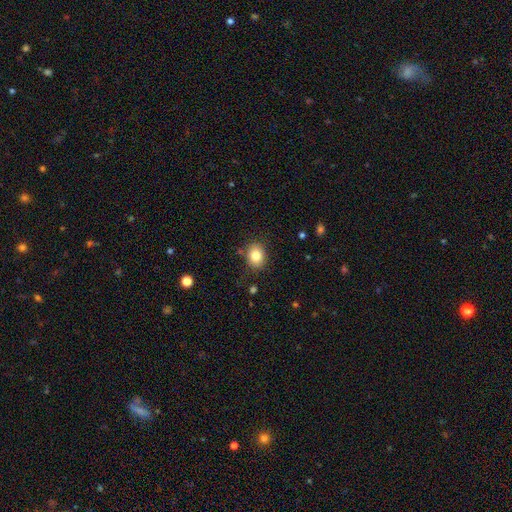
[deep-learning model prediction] Smooth or featured? smooth (82%)
How rounded? in between (50%)
Merging? none (82%)